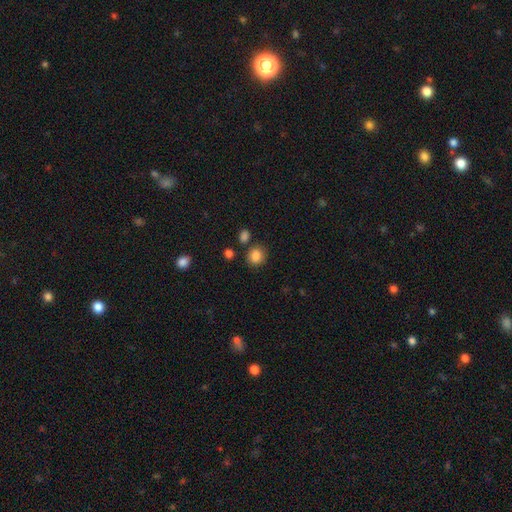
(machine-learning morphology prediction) Smooth or featured? Predicted: smooth (p=0.86). How rounded? Predicted: round (p=0.78). Merging? Predicted: none (p=0.80).